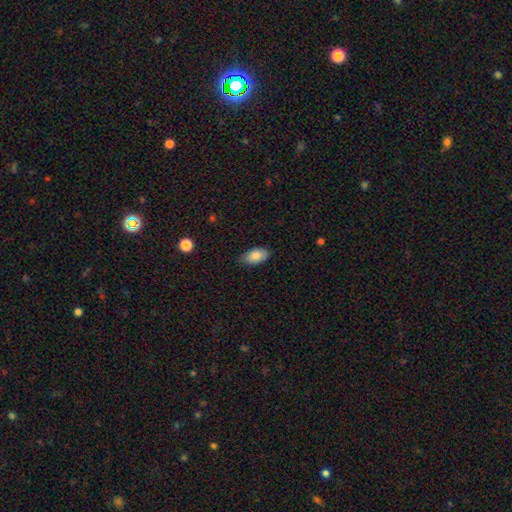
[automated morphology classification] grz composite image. It shows a smooth galaxy with no disk features (84%) that is in between round and cigar-shaped (93%). Merging: none (79%).